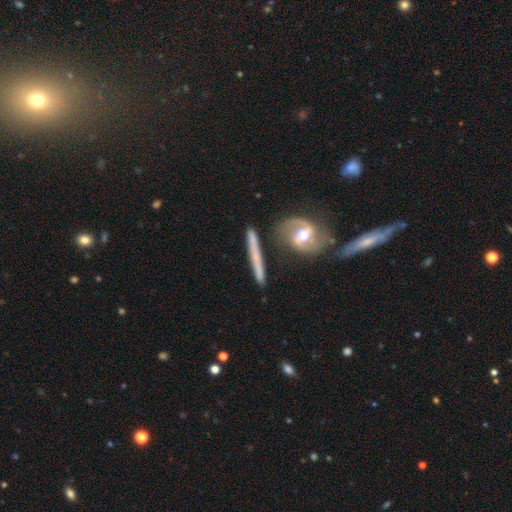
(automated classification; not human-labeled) A featured or disk galaxy (53%) viewed edge-on (72%). Merging: none (73%).